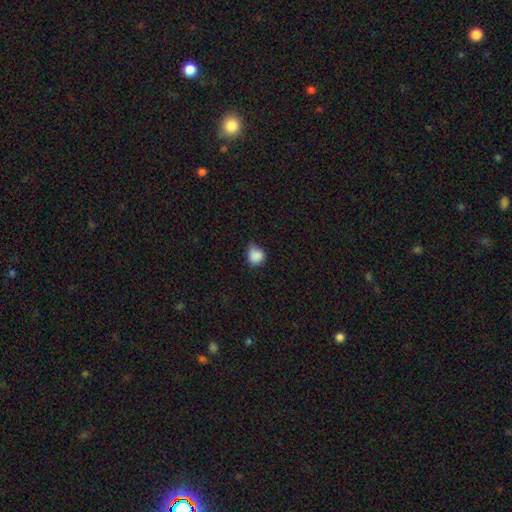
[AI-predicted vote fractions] Smooth or featured? Predicted: smooth (p=0.86). How rounded? Predicted: round (p=0.78). Merging? Predicted: none (p=0.51).